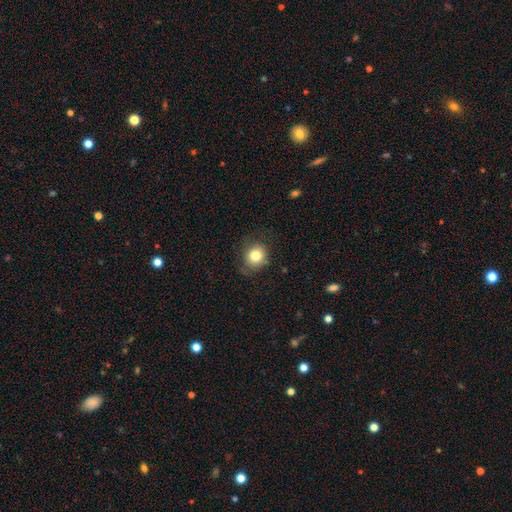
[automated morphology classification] This is clearly a smooth galaxy (81%). How rounded: likely round (78%). Merging: likely none (75%).